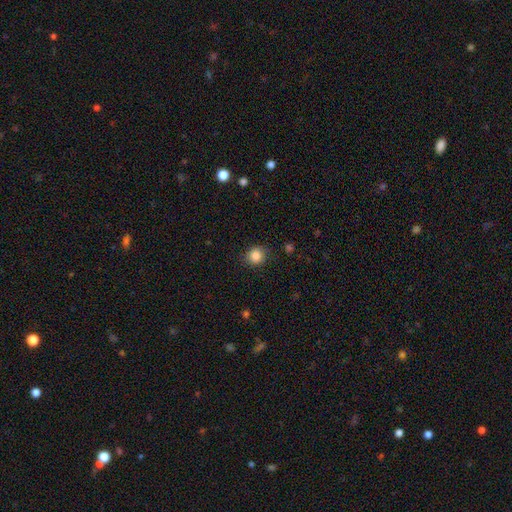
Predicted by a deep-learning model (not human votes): Overall: smooth (85%). How rounded: round (83%). Merging: none (85%).